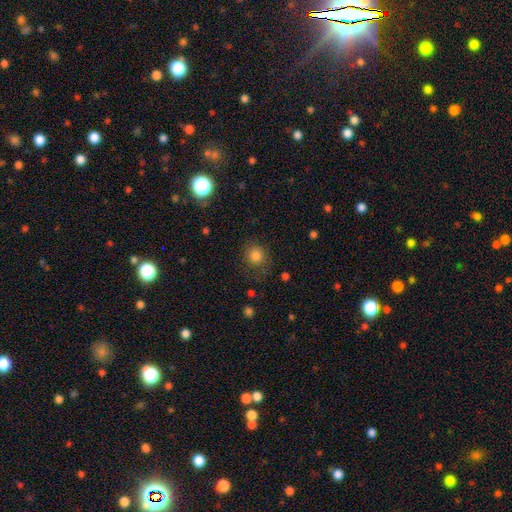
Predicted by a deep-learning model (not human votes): Q: Smooth or featured?
A: smooth (82%); runner-up: star or artifact (12%)
Q: How rounded?
A: round (83%); runner-up: in between (16%)
Q: Merging?
A: none (79%); runner-up: minor disturbance (14%)